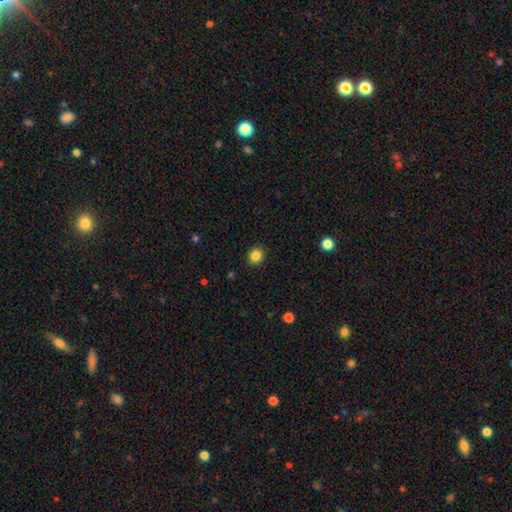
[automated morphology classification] This appears to be a smooth galaxy with no disk features (86%) that is round (85%). Merging: none (91%).